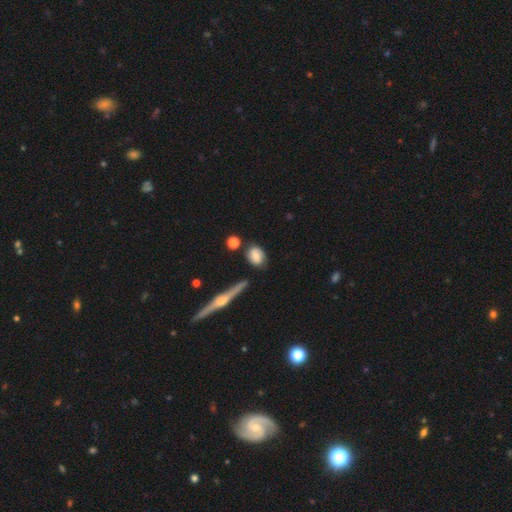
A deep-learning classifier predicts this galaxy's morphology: Q: Smooth or featured?
A: smooth (70%); runner-up: featured or disk (22%)
Q: How rounded?
A: in between (55%); runner-up: round (41%)
Q: Merging?
A: none (74%); runner-up: minor disturbance (16%)